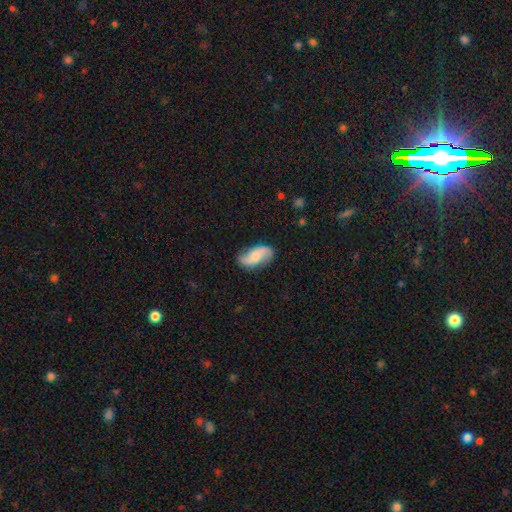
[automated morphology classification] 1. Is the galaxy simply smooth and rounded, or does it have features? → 60% featured or disk, 33% smooth, 7% star or artifact.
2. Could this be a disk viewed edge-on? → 95% no, 5% yes.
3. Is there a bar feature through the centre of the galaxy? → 58% no, 33% weak, 8% strong.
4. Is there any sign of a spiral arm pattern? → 92% yes, 8% no.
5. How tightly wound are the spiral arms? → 61% loose, 28% medium, 11% tight.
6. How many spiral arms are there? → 90% 2, 5% can't tell, 2% 1, 1% 3, 1% 4, 1% more than 4.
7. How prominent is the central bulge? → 41% small, 38% moderate, 13% none, 6% large, 2% dominant.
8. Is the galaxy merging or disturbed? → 77% none, 17% minor disturbance, 5% major disturbance, 2% merger.